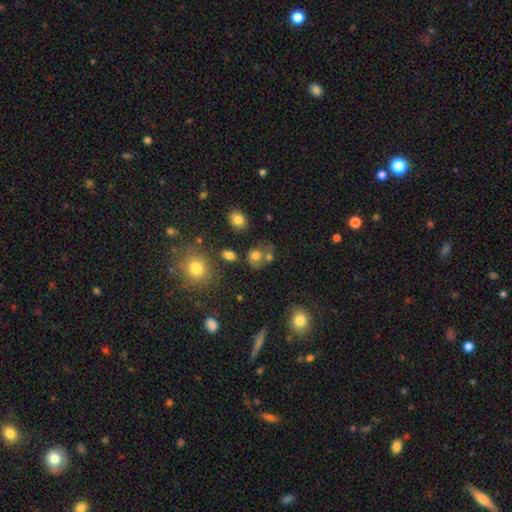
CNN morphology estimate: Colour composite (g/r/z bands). It shows a smooth galaxy with no disk features (72%) that is round (64%). Merging: none (49%).